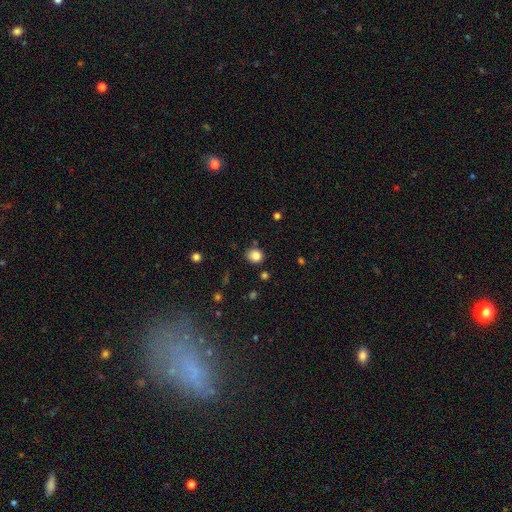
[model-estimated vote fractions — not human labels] The model was most divided on "how rounded": round: 77%, in between: 22%, cigar-shaped: 1%. More confident: smooth or featured — smooth (84%); merging — none (83%).